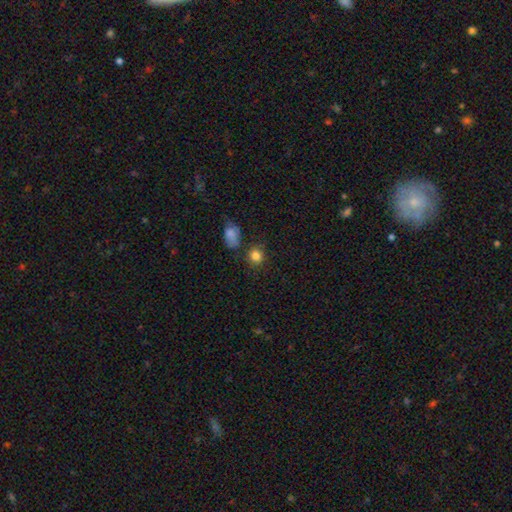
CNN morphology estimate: Smooth or featured? smooth (83%)
How rounded? round (78%)
Merging? none (73%)